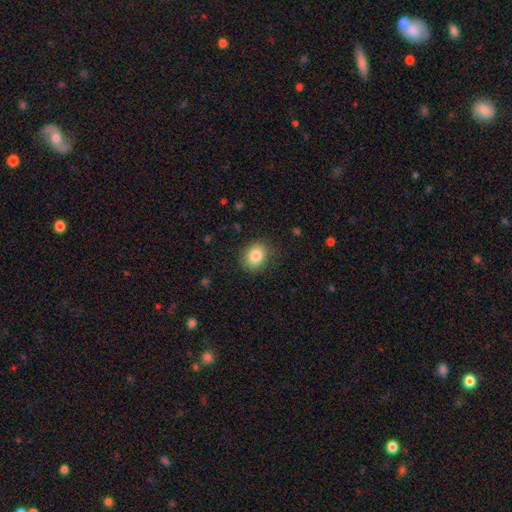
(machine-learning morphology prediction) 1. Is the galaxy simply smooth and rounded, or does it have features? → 85% smooth, 9% star or artifact, 7% featured or disk.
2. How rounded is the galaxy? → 50% in between, 49% round, 1% cigar-shaped.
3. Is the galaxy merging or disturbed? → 85% none, 11% minor disturbance, 3% major disturbance, 1% merger.